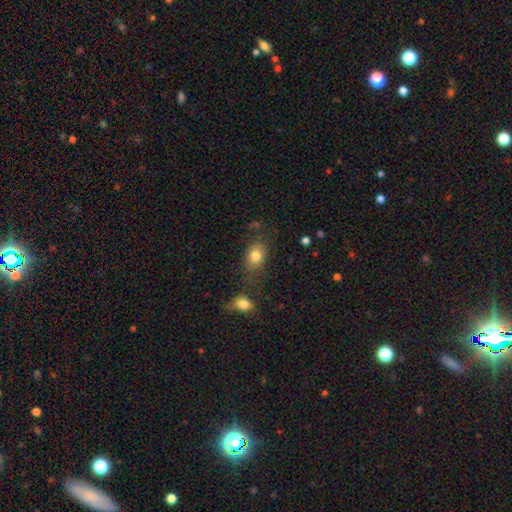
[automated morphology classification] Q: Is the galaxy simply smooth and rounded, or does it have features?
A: smooth — 81%.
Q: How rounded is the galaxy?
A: in between — 68%.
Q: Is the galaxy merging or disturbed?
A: none — 64%.